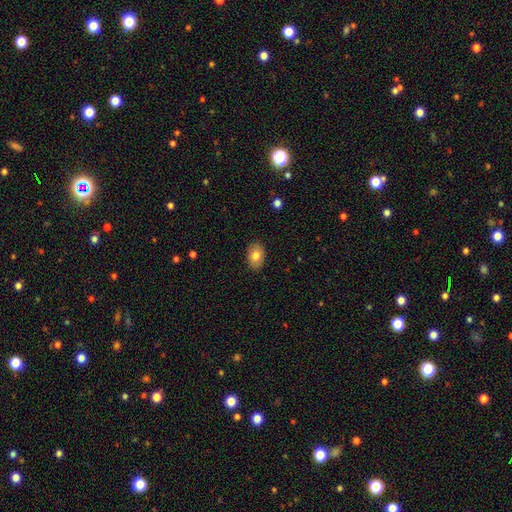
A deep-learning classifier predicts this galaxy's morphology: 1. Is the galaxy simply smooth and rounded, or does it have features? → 80% smooth, 12% featured or disk, 7% star or artifact.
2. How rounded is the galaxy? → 86% in between, 13% round, 1% cigar-shaped.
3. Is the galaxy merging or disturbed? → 88% none, 9% minor disturbance, 2% major disturbance, 1% merger.